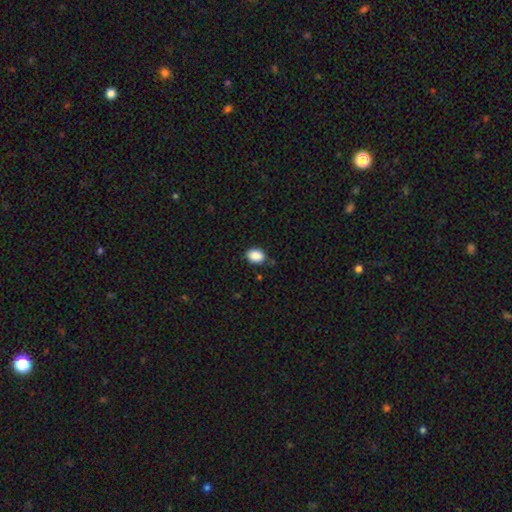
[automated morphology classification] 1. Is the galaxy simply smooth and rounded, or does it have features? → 89% smooth, 8% star or artifact, 3% featured or disk.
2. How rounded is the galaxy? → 72% in between, 27% round, 1% cigar-shaped.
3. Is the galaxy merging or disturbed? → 84% none, 12% minor disturbance, 2% major disturbance, 2% merger.